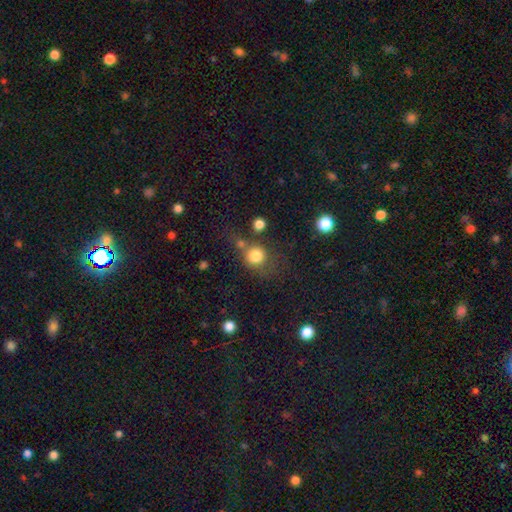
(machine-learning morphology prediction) type=smooth (80%); roundness=round (86%); merging=none (55%).